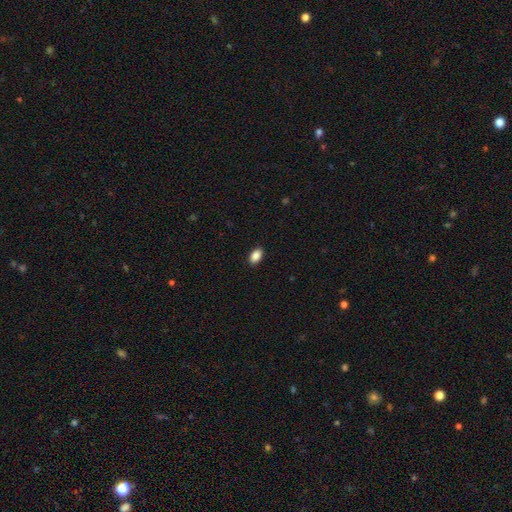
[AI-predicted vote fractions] Smooth or featured? smooth (88%)
How rounded? in between (92%)
Merging? none (90%)